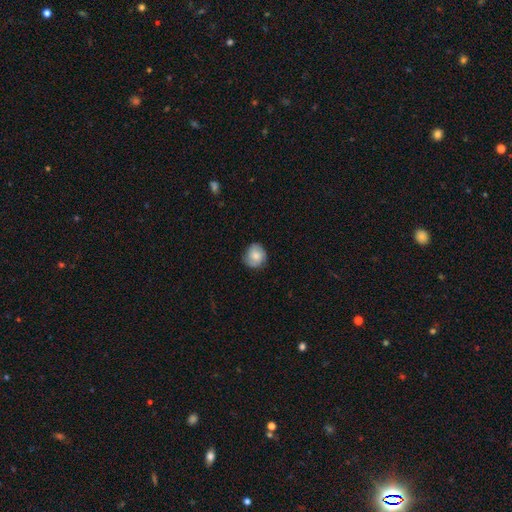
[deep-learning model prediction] A smooth galaxy with no disk features (71%) that is round (80%).

Vote fractions:
- Smooth or featured? smooth: 71% / featured or disk: 22% / star or artifact: 7%
- How rounded? round: 80% / in between: 19% / cigar-shaped: 1%
- Merging? none: 75% / minor disturbance: 20% / major disturbance: 4% / merger: 1%